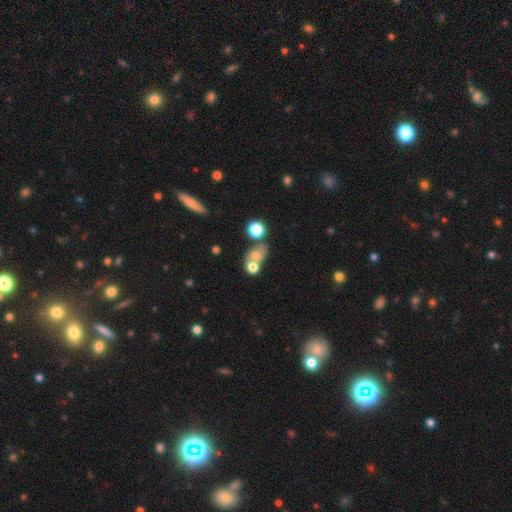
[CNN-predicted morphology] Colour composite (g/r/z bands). It shows a smooth galaxy with no disk features (66%) that is round (55%). Merging: merger (54%).